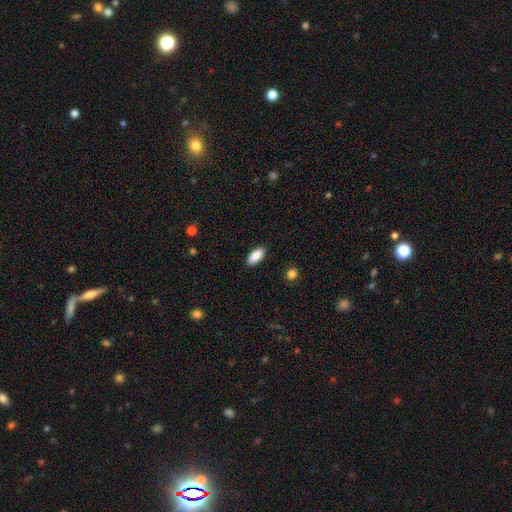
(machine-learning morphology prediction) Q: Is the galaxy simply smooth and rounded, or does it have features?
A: smooth — 89%.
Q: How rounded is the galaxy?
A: in between — 86%.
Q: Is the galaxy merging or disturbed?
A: none — 89%.